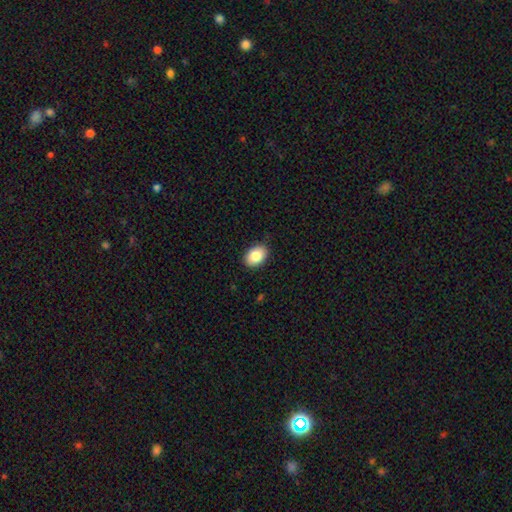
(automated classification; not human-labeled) smooth-or-featured: smooth: 86% | star or artifact: 7% | featured or disk: 7%
  how-rounded: in between: 81% | round: 18% | cigar-shaped: 1%
  merging: none: 88% | minor disturbance: 9% | major disturbance: 2% | merger: 1%